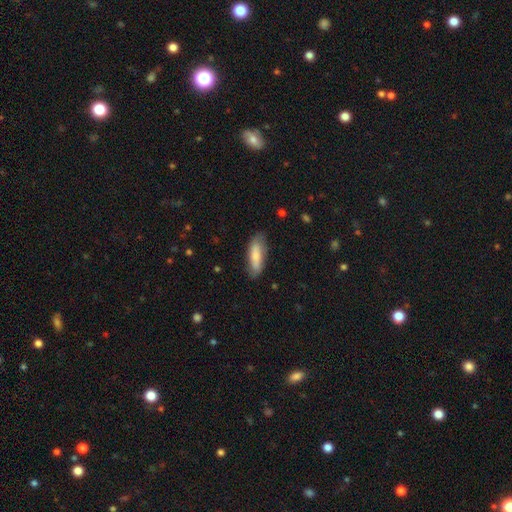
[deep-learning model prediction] Smooth or featured?
  - smooth: 78% *
  - featured or disk: 16%
  - star or artifact: 6%
How rounded?
  - in between: 57% *
  - cigar-shaped: 41%
  - round: 2%
Merging?
  - none: 77% *
  - minor disturbance: 18%
  - major disturbance: 4%
  - merger: 1%